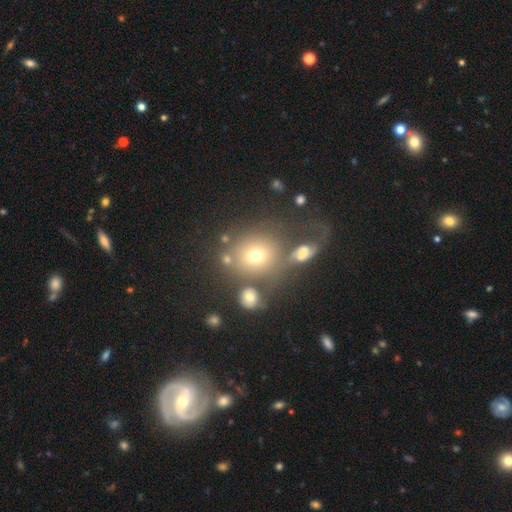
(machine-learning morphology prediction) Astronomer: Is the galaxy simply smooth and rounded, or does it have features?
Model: smooth — 64%.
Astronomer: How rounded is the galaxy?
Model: round — 77%.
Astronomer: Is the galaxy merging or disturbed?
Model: none — 49% (runner-up: merger, 25%).